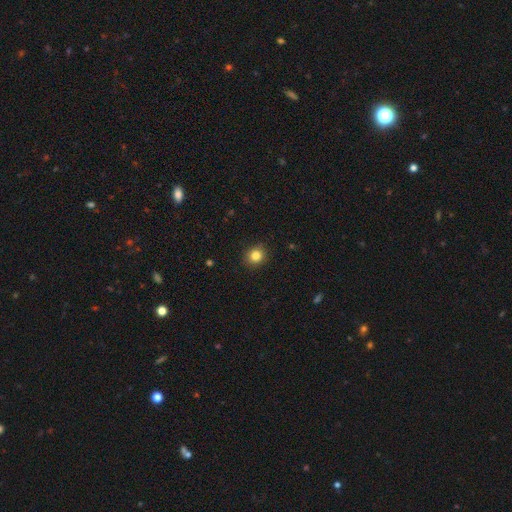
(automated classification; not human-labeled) Smooth or featured: smooth — 83% (star or artifact — 11%)
How rounded: round — 84% (in between — 15%)
Merging: none — 91% (minor disturbance — 6%)